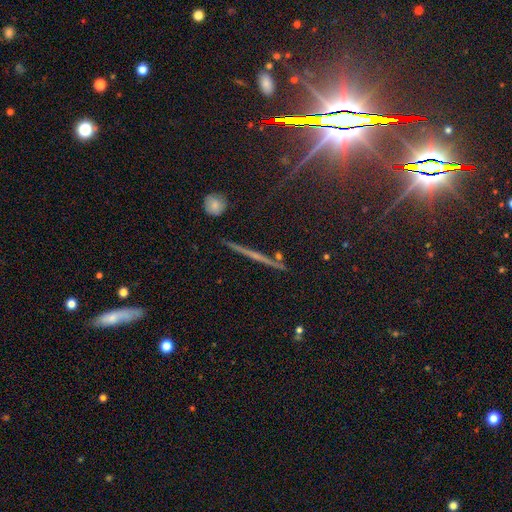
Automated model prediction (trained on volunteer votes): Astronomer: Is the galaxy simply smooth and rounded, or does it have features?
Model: featured or disk — 58%.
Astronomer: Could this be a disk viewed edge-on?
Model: yes — 94%.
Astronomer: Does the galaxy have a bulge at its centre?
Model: none — 59%.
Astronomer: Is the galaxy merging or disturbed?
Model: none — 88%.